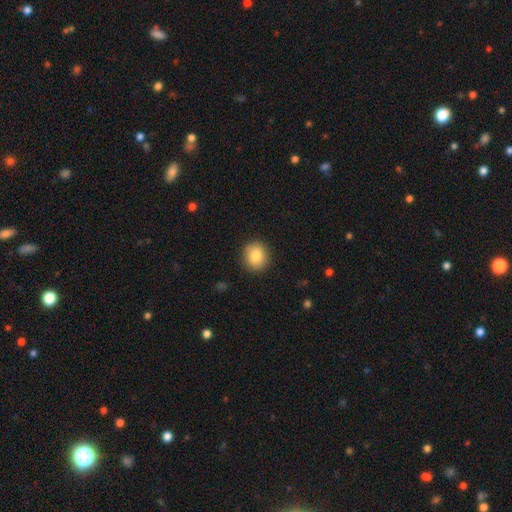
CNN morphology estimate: smooth_or_featured: smooth (p=0.84) [alt: star or artifact p=0.09]
how_rounded: round (p=0.78) [alt: in between p=0.21]
merging: none (p=0.89) [alt: minor disturbance p=0.08]